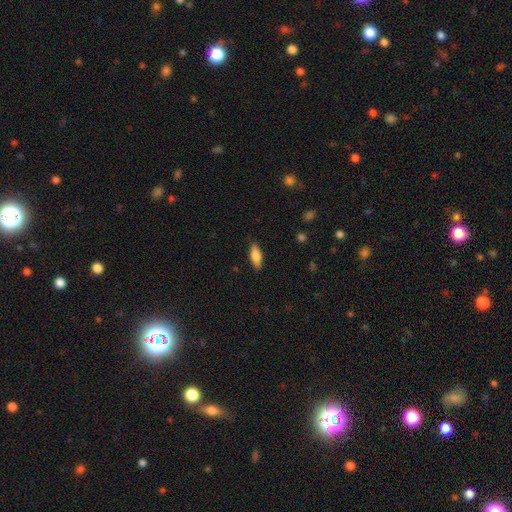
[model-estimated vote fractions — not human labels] This is clearly a smooth galaxy (81%). How rounded: likely in between (69%). Merging: clearly none (84%).